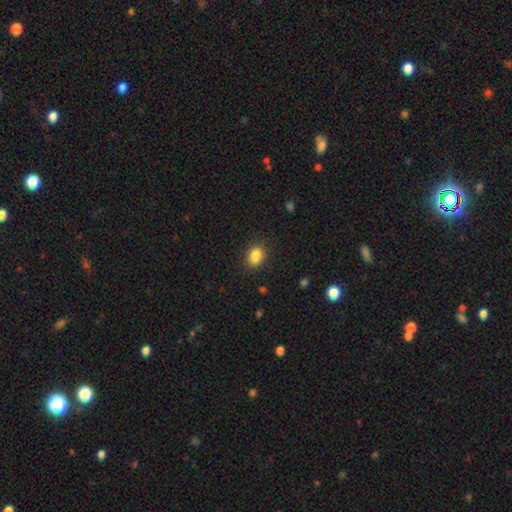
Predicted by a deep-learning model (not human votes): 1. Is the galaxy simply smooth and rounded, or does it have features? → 86% smooth, 10% star or artifact, 5% featured or disk.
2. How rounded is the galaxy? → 59% in between, 40% round, 1% cigar-shaped.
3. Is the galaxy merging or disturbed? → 87% none, 9% minor disturbance, 3% major disturbance, 1% merger.